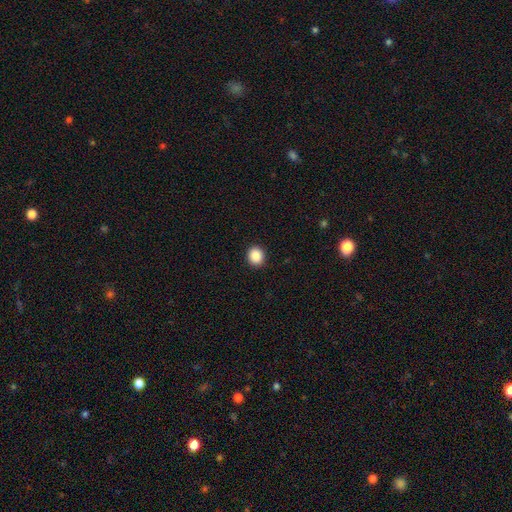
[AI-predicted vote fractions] Smooth or featured? Predicted: smooth (p=0.88). How rounded? Predicted: round (p=0.80). Merging? Predicted: none (p=0.92).